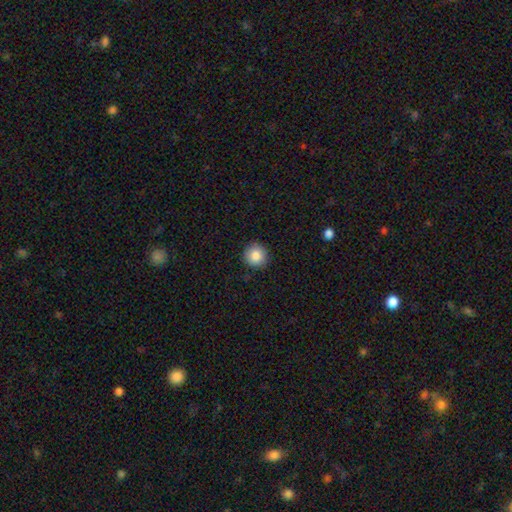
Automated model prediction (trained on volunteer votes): smooth_or_featured: smooth (p=0.86) [alt: star or artifact p=0.09]
how_rounded: round (p=0.95) [alt: in between p=0.04]
merging: none (p=0.91) [alt: minor disturbance p=0.06]